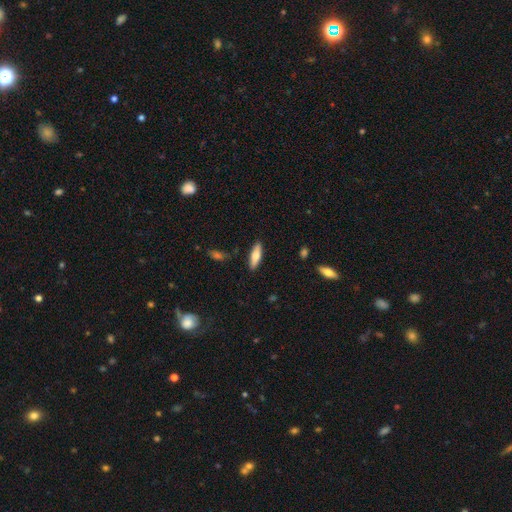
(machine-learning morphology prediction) The model was most divided on "how rounded": cigar-shaped: 51%, in between: 47%, round: 2%. More confident: merging — none (88%); smooth or featured — smooth (69%).